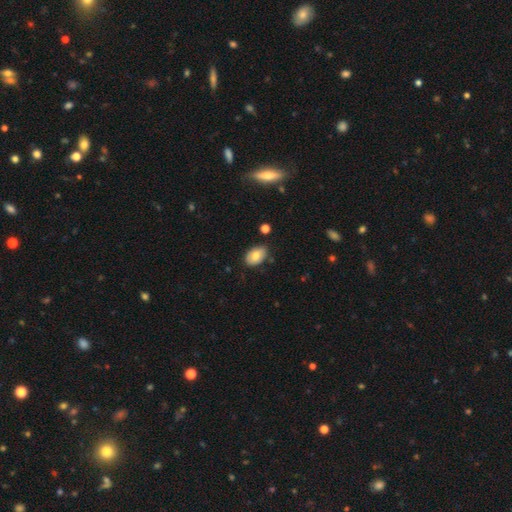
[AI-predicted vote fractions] A smooth galaxy with no disk features (73%) that is in between round and cigar-shaped (88%). Merging: none (79%).